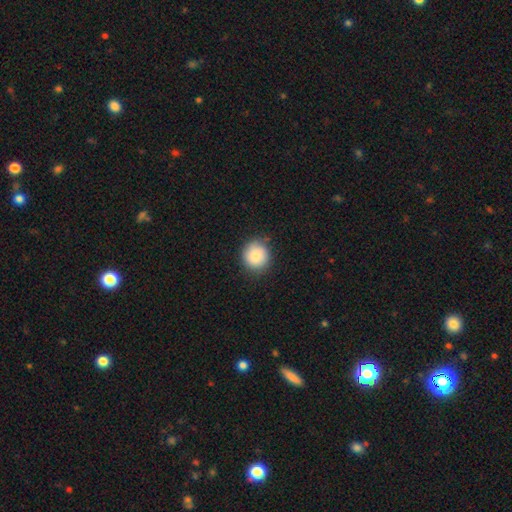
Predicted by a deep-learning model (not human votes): Overall: smooth (84%). How rounded: round (89%). Merging: none (82%).